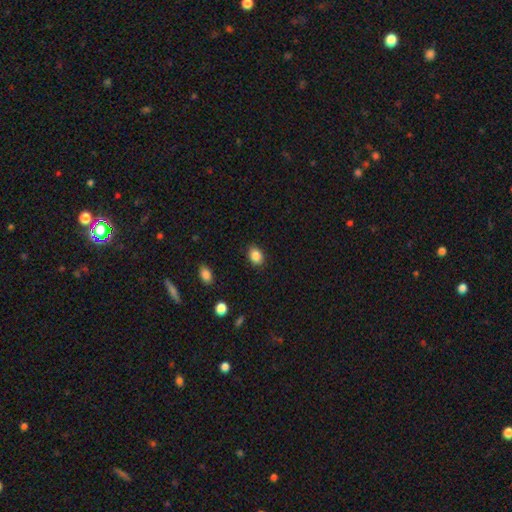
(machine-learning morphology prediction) Smooth or featured? Predicted: smooth (p=0.86). How rounded? Predicted: in between (p=0.68). Merging? Predicted: none (p=0.87).